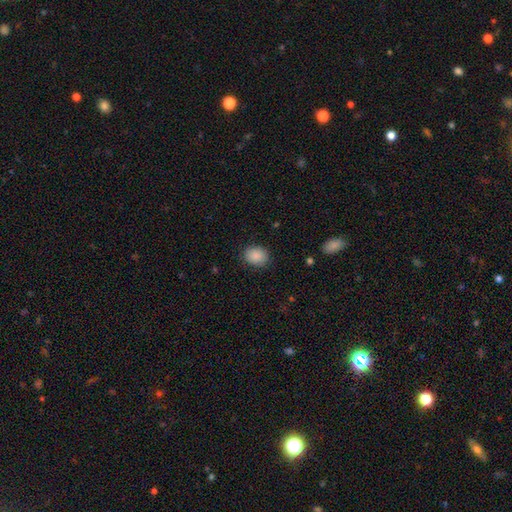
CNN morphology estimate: This appears to be a smooth galaxy with no disk features (88%) that is round (55%). Merging: none (85%).